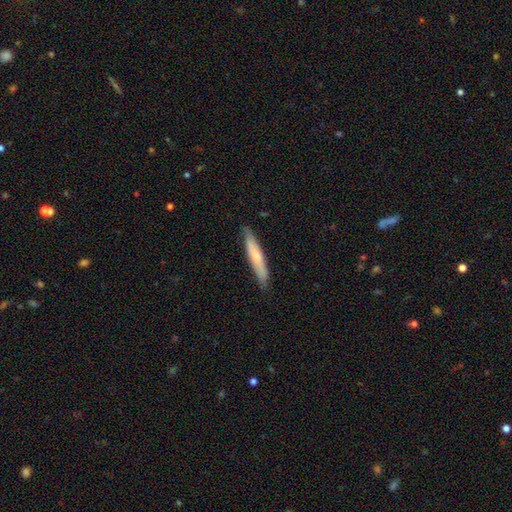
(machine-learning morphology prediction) Smooth or featured? Predicted: smooth (p=0.65). How rounded? Predicted: cigar-shaped (p=0.92). Merging? Predicted: none (p=0.86).